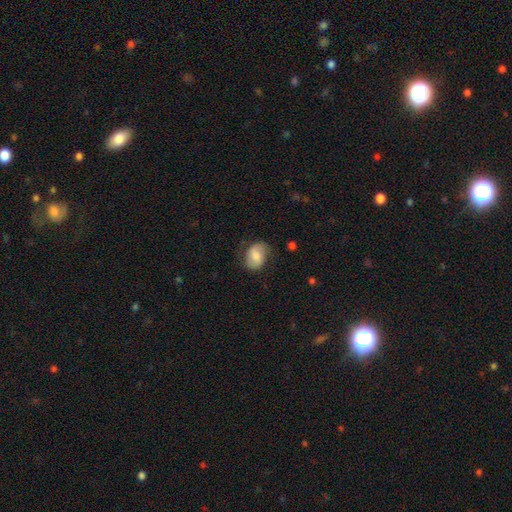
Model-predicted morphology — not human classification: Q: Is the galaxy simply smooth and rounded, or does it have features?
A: smooth — 59%.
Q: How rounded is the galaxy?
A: in between — 74%.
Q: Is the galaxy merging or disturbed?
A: none — 63%.